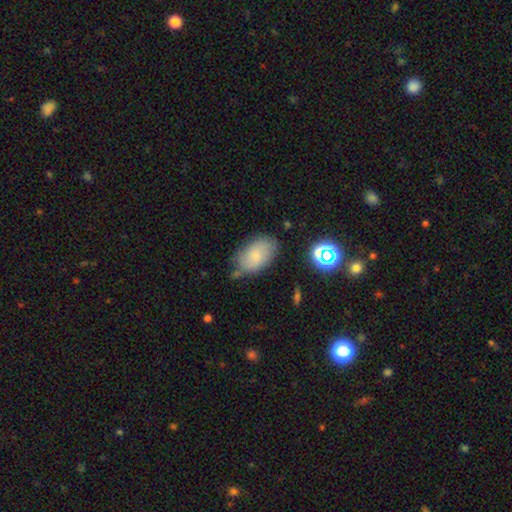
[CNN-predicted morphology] smooth 74%, featured or disk 15%, star or artifact 10%. Down the decision tree: how rounded — in between (90%); merging — none (66%).